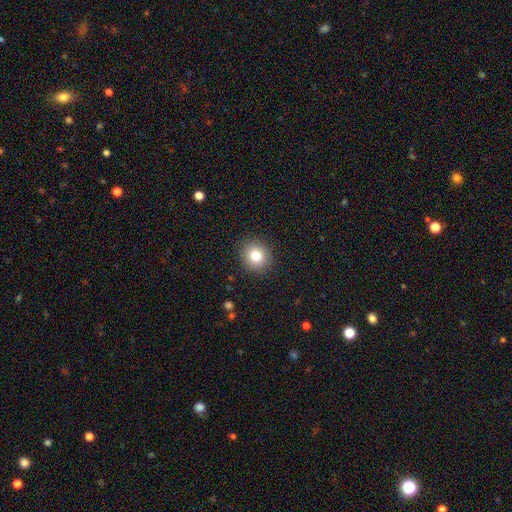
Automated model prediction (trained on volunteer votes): Smooth or featured? Predicted: smooth (p=0.81). How rounded? Predicted: round (p=0.85). Merging? Predicted: none (p=0.90).